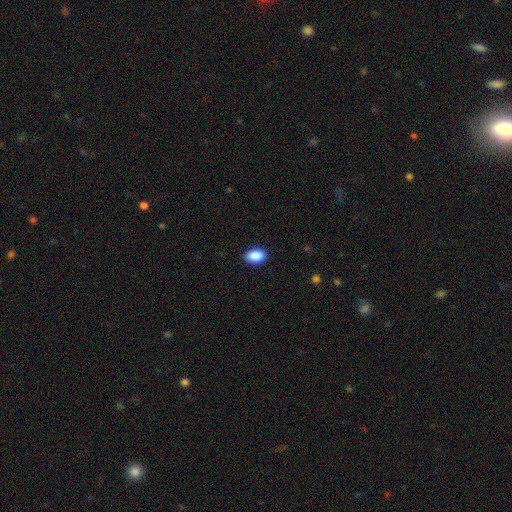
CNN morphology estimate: type=smooth (90%); roundness=in between (89%); merging=none (89%).